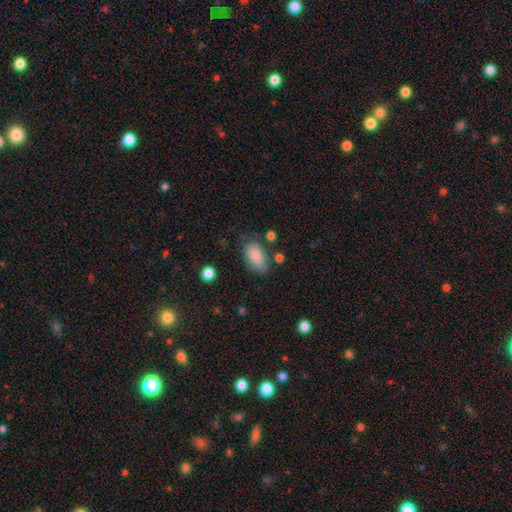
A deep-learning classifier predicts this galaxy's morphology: Smooth or featured: smooth — 84% (featured or disk — 8%)
How rounded: in between — 92% (round — 5%)
Merging: none — 58% (minor disturbance — 27%)